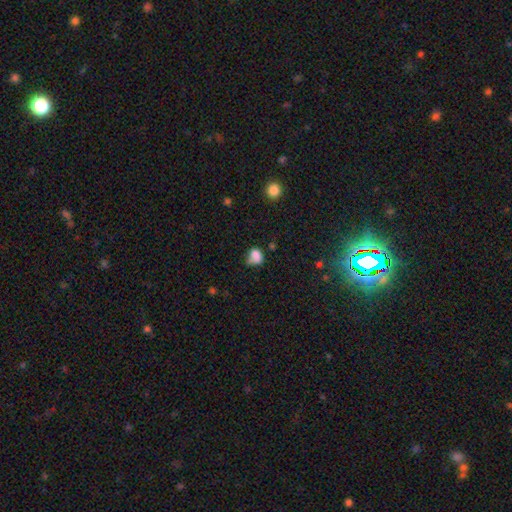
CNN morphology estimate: Smooth or featured? smooth (78%)
How rounded? in between (56%)
Merging? none (36%)